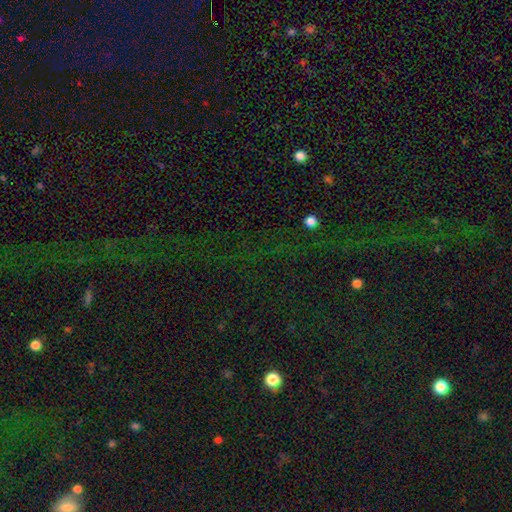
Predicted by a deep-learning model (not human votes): A star or artifact, not a galaxy (77%).

Vote fractions:
- Smooth or featured? star or artifact: 77% / smooth: 13% / featured or disk: 10%